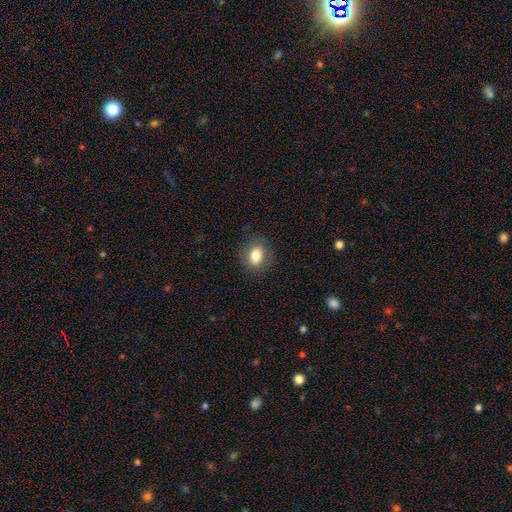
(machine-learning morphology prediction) smooth_or_featured: smooth (p=0.80) [alt: featured or disk p=0.11]
how_rounded: in between (p=0.62) [alt: round p=0.37]
merging: none (p=0.83) [alt: minor disturbance p=0.12]